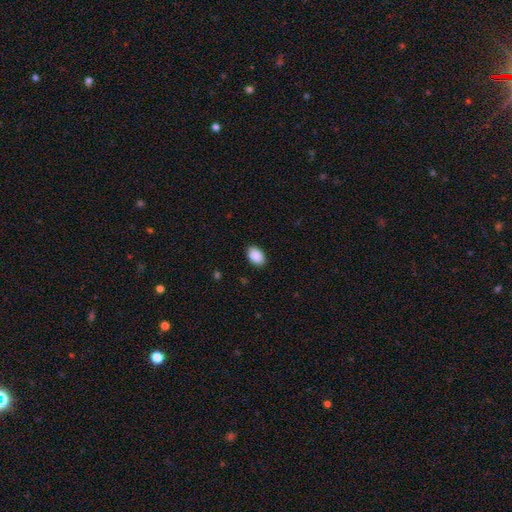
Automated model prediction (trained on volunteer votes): Q: Smooth or featured?
A: smooth (91%); runner-up: star or artifact (7%)
Q: How rounded?
A: in between (89%); runner-up: round (10%)
Q: Merging?
A: none (89%); runner-up: minor disturbance (8%)